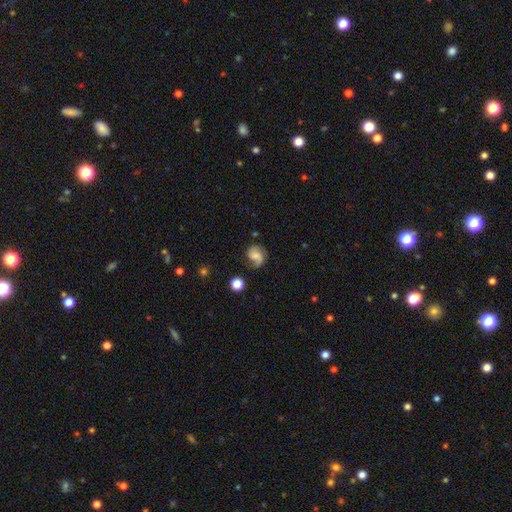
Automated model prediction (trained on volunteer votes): smooth_or_featured: featured or disk (p=0.69) [alt: smooth p=0.23]
disk_edge_on: no (p=0.98) [alt: yes p=0.02]
bar: no (p=0.58) [alt: weak p=0.35]
has_spiral_arms: yes (p=0.96) [alt: no p=0.04]
spiral_winding: medium (p=0.47) [alt: loose p=0.29]
spiral_arm_count: 2 (p=0.80) [alt: 1 p=0.11]
bulge_size: small (p=0.37) [alt: none p=0.31]
merging: none (p=0.71) [alt: minor disturbance p=0.18]